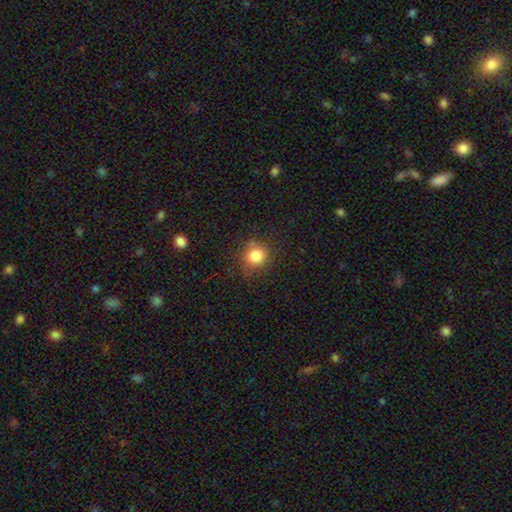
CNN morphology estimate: smooth 81%, star or artifact 12%, featured or disk 7%. Down the decision tree: how rounded — round (81%); merging — none (72%).